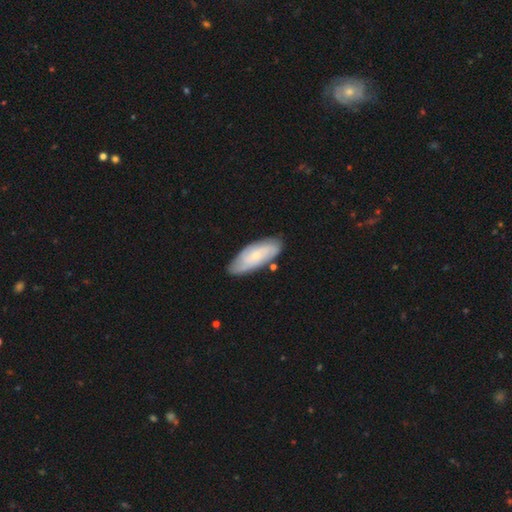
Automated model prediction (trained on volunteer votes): Overall: featured or disk (49%; smooth 45%). Merging: none (76%).